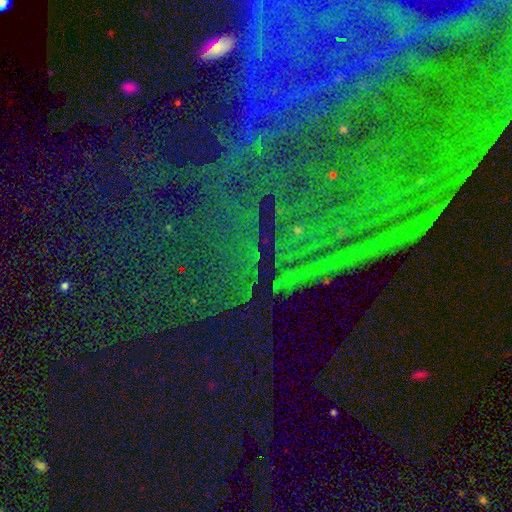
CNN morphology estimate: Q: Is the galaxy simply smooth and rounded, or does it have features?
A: star or artifact — 85%.